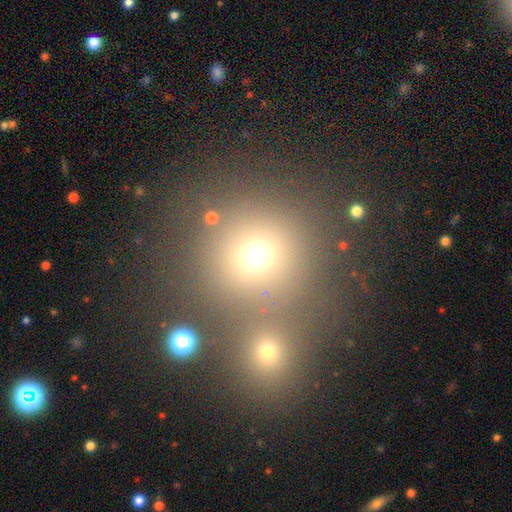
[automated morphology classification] smooth_or_featured: smooth (p=0.65) [alt: star or artifact p=0.24]
how_rounded: round (p=0.91) [alt: in between p=0.08]
merging: none (p=0.56) [alt: merger p=0.32]